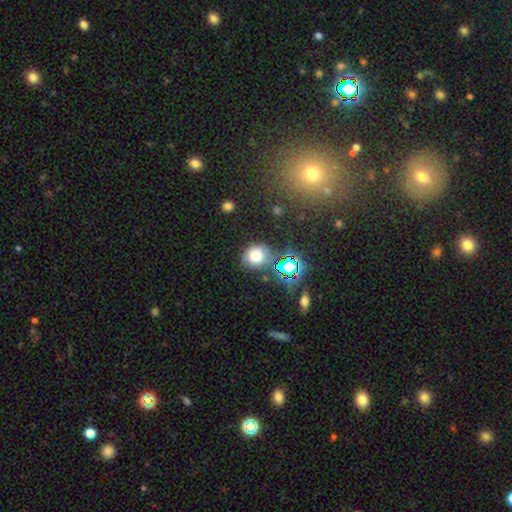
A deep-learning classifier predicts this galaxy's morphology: A smooth galaxy with no disk features (66%) that is round (68%). Merging: none (66%).